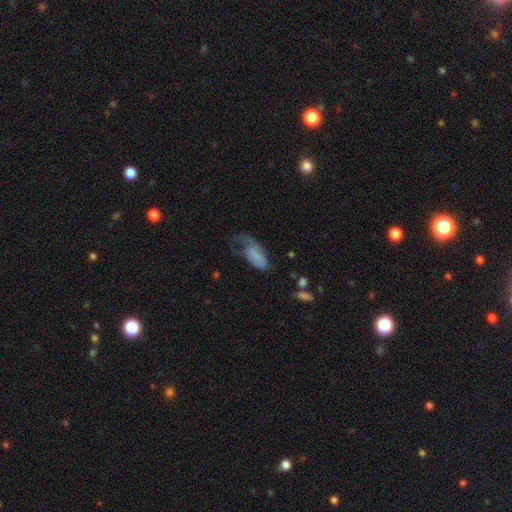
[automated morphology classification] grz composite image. It shows a smooth galaxy with no disk features (65%) that is in between round and cigar-shaped (88%). Merging: major disturbance (48%).